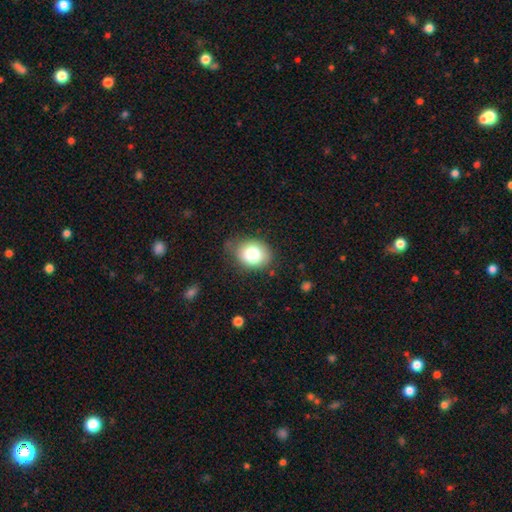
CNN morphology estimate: Smooth or featured?
  - smooth: 80% *
  - featured or disk: 12%
  - star or artifact: 9%
How rounded?
  - round: 50% *
  - in between: 49%
  - cigar-shaped: 1%
Merging?
  - none: 71% *
  - minor disturbance: 22%
  - major disturbance: 6%
  - merger: 2%